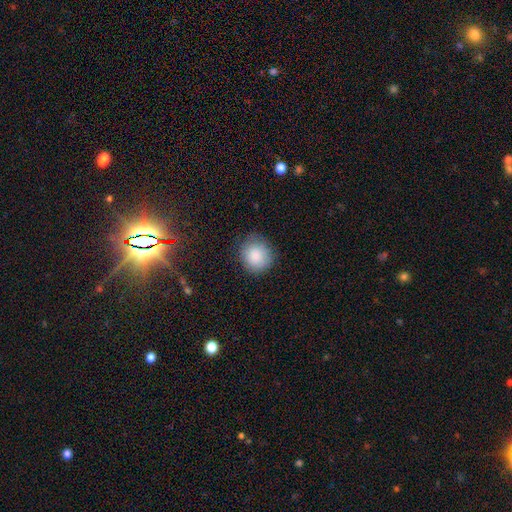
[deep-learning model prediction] Smooth or featured: smooth — 86% (star or artifact — 8%)
How rounded: round — 85% (in between — 14%)
Merging: none — 79% (minor disturbance — 15%)